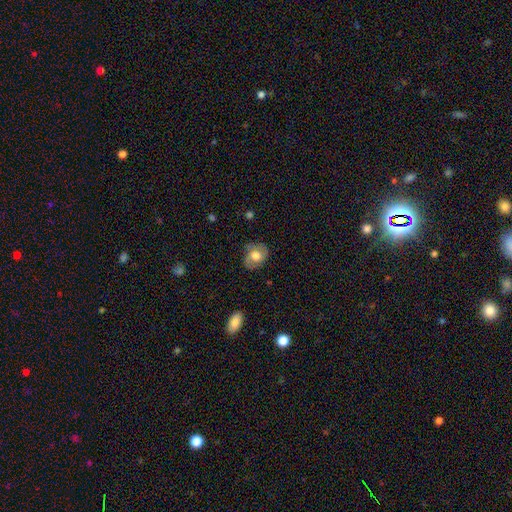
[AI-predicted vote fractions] smooth_or_featured: smooth (p=0.56) [alt: featured or disk p=0.36]
how_rounded: round (p=0.49) [tied with: in between p=0.49]
merging: none (p=0.71) [alt: minor disturbance p=0.21]